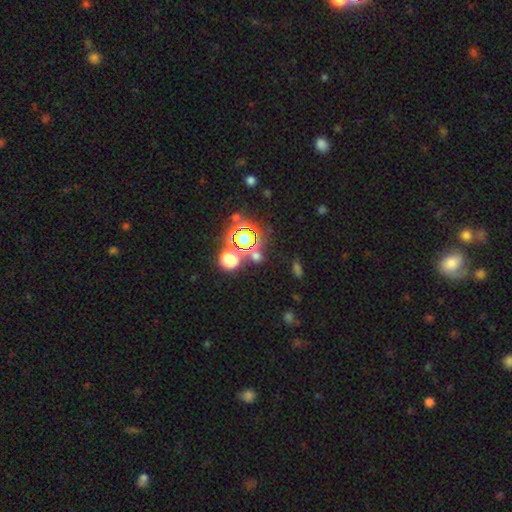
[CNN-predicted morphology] Q: Smooth or featured?
A: star or artifact (74%); runner-up: smooth (17%)